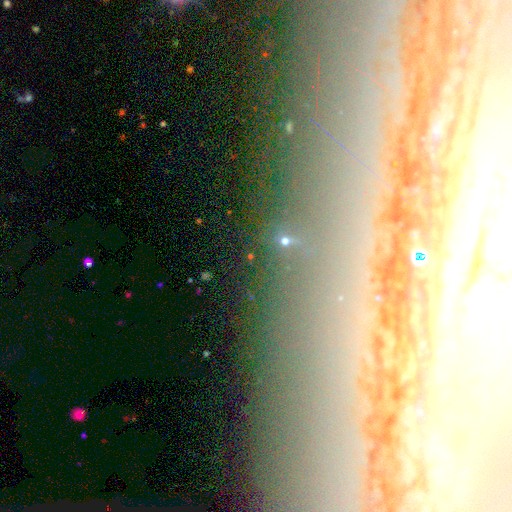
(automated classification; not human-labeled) Smooth or featured: featured or disk — 48% (star or artifact — 35%)
Merging: none — 81% (minor disturbance — 11%)